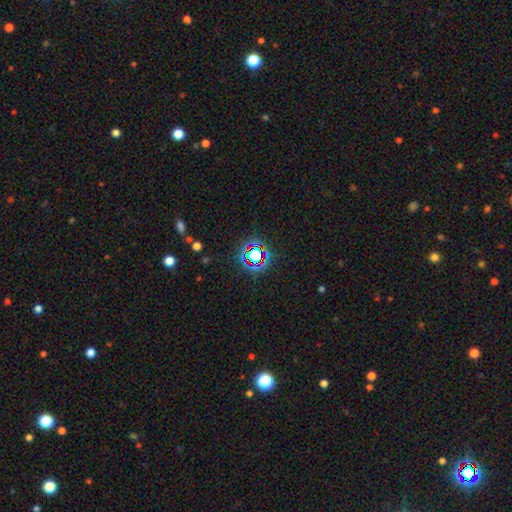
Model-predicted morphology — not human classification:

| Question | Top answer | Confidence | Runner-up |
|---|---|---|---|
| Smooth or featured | star or artifact | 69% | smooth (20%) |